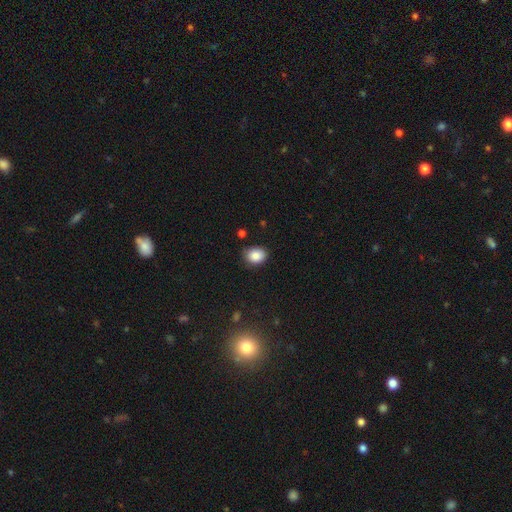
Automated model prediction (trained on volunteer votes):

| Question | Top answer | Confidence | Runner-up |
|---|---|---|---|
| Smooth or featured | smooth | 86% | star or artifact (9%) |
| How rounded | in between | 55% | round (44%) |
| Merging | none | 79% | minor disturbance (16%) |